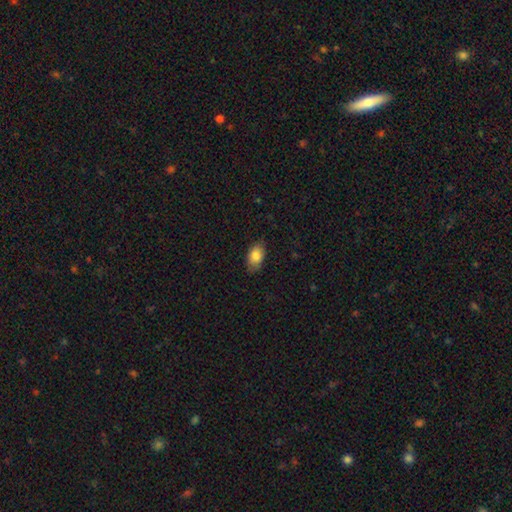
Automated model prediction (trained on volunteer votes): A smooth galaxy with no disk features (84%) that is in between round and cigar-shaped (91%).

Vote fractions:
- Smooth or featured? smooth: 84% / featured or disk: 9% / star or artifact: 7%
- How rounded? in between: 91% / round: 7% / cigar-shaped: 2%
- Merging? none: 81% / minor disturbance: 15% / major disturbance: 3% / merger: 1%